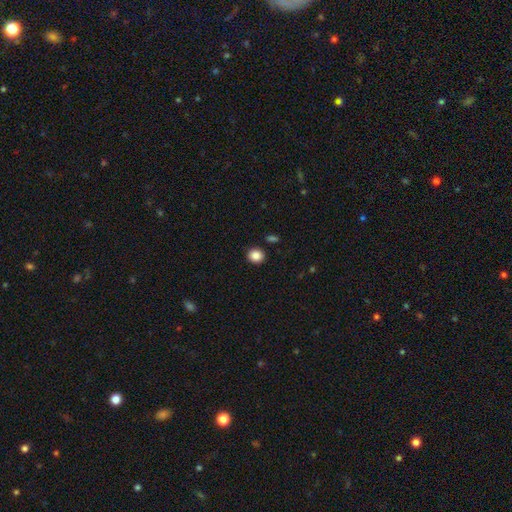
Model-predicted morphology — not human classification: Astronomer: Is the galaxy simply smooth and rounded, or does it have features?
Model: smooth — 86%.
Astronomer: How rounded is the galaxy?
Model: round — 83%.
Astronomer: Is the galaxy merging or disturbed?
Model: none — 90%.